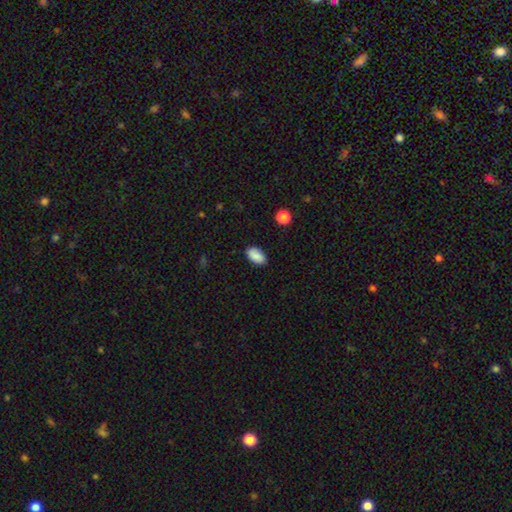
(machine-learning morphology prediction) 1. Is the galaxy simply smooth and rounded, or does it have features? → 89% smooth, 7% star or artifact, 4% featured or disk.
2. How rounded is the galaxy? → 94% in between, 4% round, 2% cigar-shaped.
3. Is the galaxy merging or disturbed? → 87% none, 10% minor disturbance, 2% major disturbance, 1% merger.